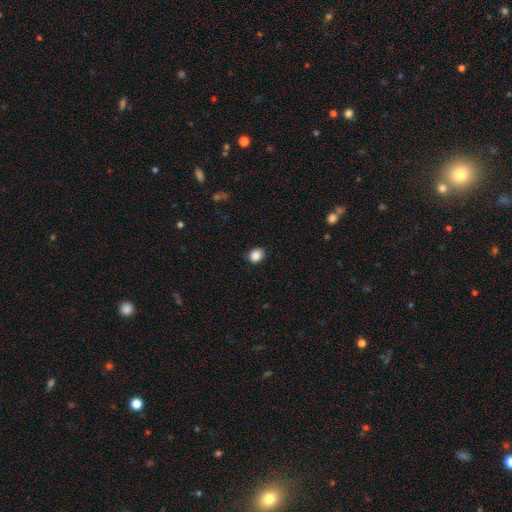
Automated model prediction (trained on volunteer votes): Smooth or featured: smooth — 88% (star or artifact — 9%)
How rounded: round — 63% (in between — 36%)
Merging: none — 87% (minor disturbance — 9%)